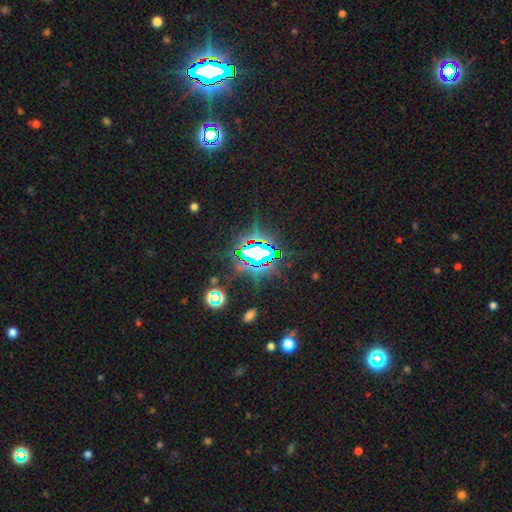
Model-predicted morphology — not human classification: star or artifact 76%, featured or disk 12%, smooth 11%.